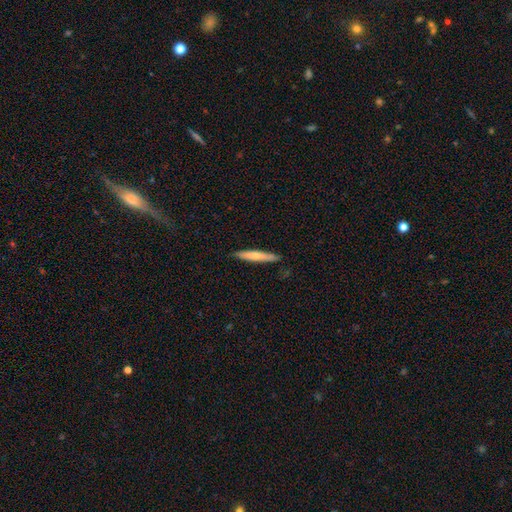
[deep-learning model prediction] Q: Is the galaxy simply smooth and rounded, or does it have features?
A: smooth — 60%.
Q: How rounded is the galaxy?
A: cigar-shaped — 93%.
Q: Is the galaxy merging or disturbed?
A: none — 88%.